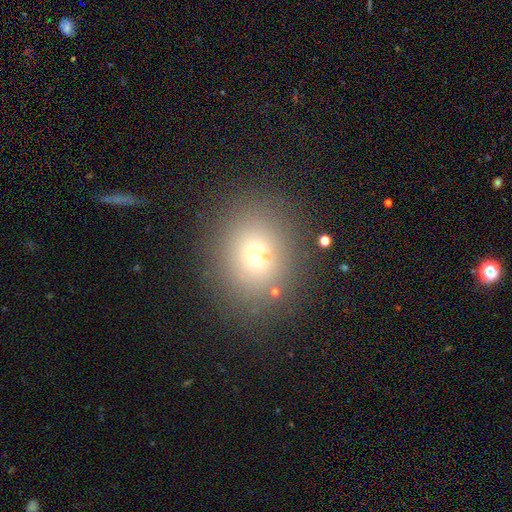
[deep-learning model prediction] Smooth or featured?
  - smooth: 66% *
  - star or artifact: 21%
  - featured or disk: 13%
How rounded?
  - round: 69% *
  - in between: 29%
  - cigar-shaped: 1%
Merging?
  - none: 82% *
  - minor disturbance: 10%
  - major disturbance: 5%
  - merger: 3%